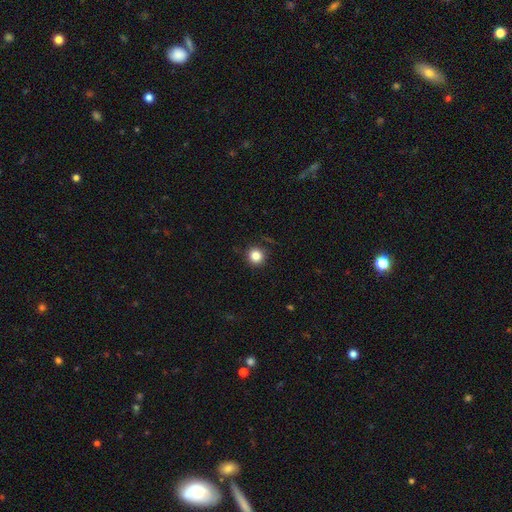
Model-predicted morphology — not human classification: This is clearly a smooth galaxy (83%). How rounded: clearly round (94%). Merging: clearly none (89%).